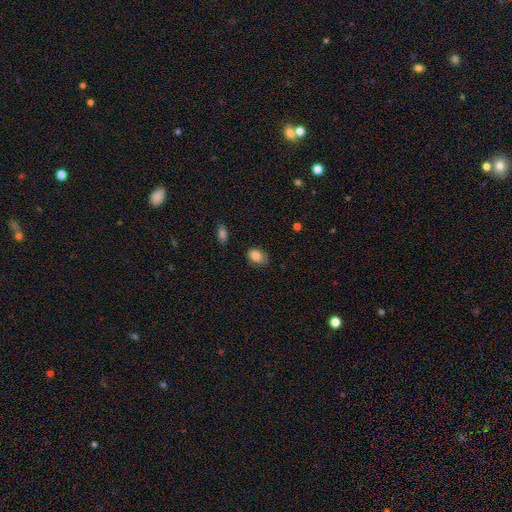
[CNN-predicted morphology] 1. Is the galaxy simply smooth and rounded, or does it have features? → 85% smooth, 9% star or artifact, 6% featured or disk.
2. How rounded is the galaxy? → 74% in between, 25% round, 1% cigar-shaped.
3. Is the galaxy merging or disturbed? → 73% none, 22% minor disturbance, 4% major disturbance, 2% merger.